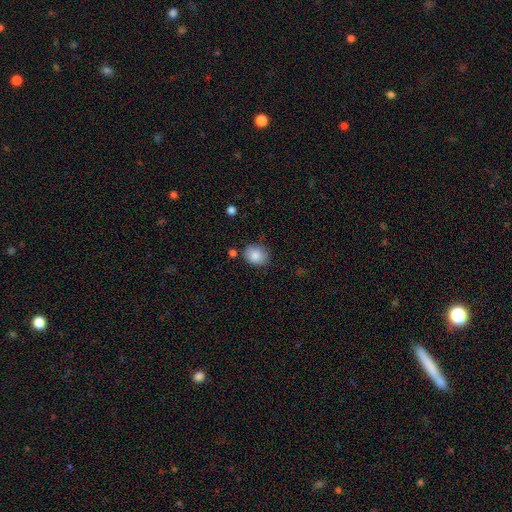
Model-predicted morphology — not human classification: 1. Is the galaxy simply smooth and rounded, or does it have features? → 86% smooth, 8% star or artifact, 6% featured or disk.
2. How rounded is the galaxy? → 55% round, 45% in between, 1% cigar-shaped.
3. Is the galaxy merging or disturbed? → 78% none, 15% minor disturbance, 4% merger, 3% major disturbance.